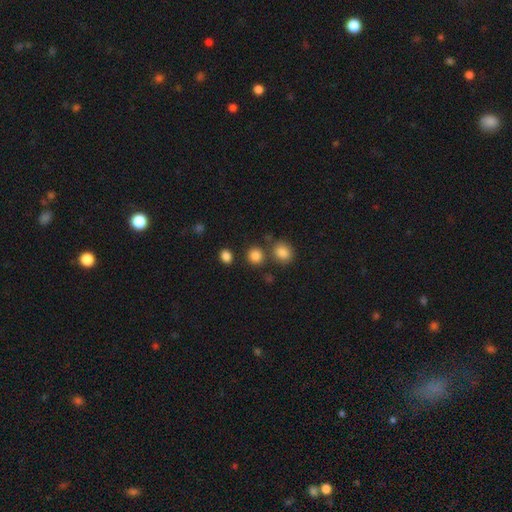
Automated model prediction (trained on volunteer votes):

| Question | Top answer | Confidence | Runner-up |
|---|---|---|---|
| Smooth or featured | smooth | 84% | star or artifact (12%) |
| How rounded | round | 83% | in between (16%) |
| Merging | none | 76% | merger (13%) |